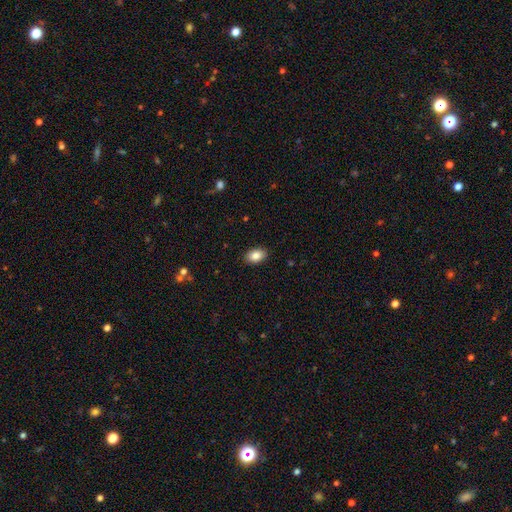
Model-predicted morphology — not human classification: Overall: smooth (85%). How rounded: in between (88%). Merging: none (89%).